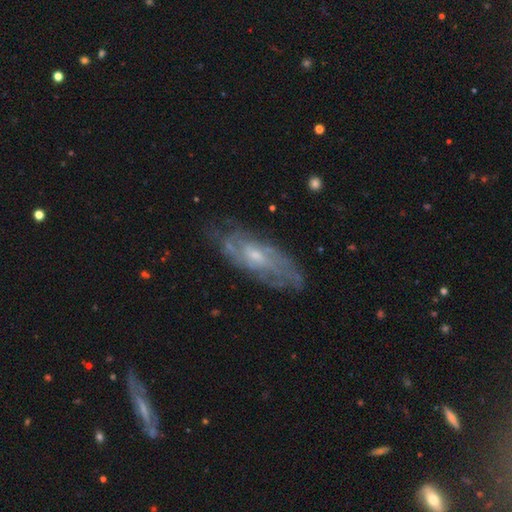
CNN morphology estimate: type=featured or disk (73%); edge-on=no (84%); bar=no (60%); spiral arms=yes (78%); bulge=small (58%); merging=none (69%).